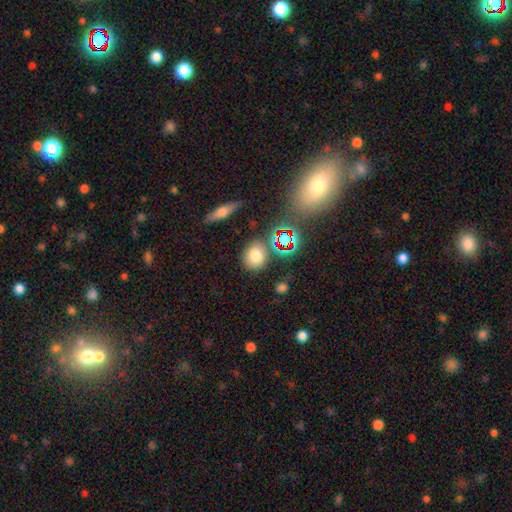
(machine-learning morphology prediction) Smooth or featured: smooth — 71% (star or artifact — 19%)
How rounded: round — 54% (in between — 44%)
Merging: none — 78% (minor disturbance — 12%)